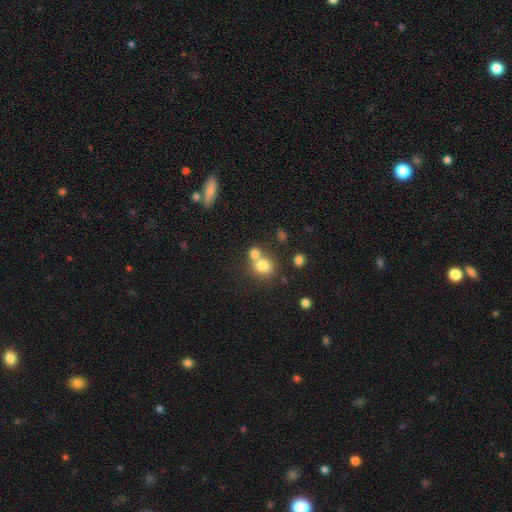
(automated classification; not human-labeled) The model was most divided on "merging": none: 46%, merger: 42%, minor disturbance: 9%, major disturbance: 4%. More confident: smooth or featured — smooth (74%); how rounded — round (69%).